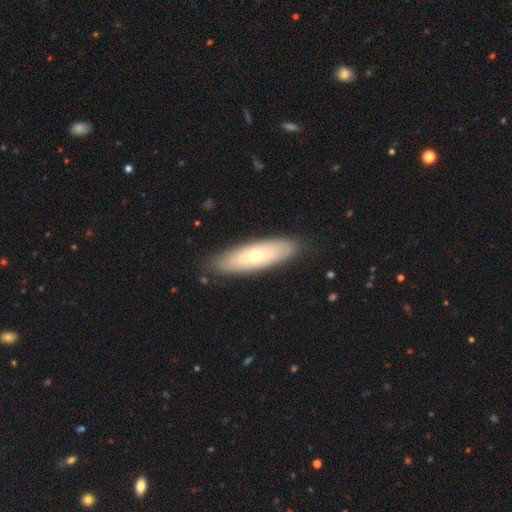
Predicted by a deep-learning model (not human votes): This appears to be a smooth galaxy with no disk features (49%). Merging: none (84%).